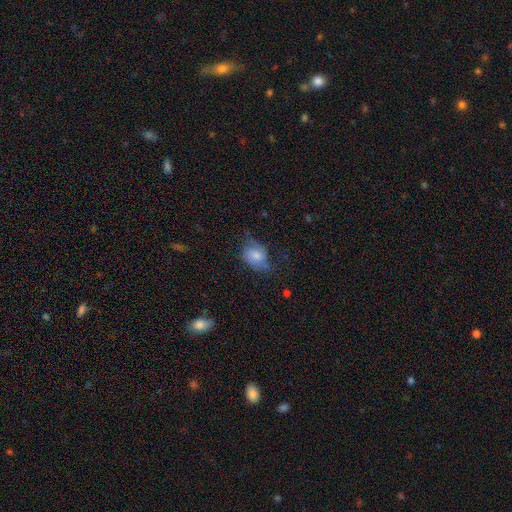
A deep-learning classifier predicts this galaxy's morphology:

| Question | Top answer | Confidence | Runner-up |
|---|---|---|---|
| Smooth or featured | smooth | 67% | featured or disk (25%) |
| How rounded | in between | 60% | round (39%) |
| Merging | none | 48% | minor disturbance (34%) |